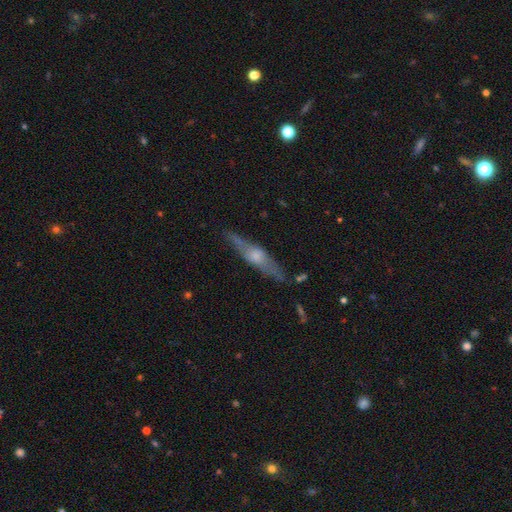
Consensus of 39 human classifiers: This is likely a featured or disk galaxy (77%). It is clearly viewed edge-on (93%). Edge-on bulge: clearly rounded (93%). Merging: clearly none (82%).